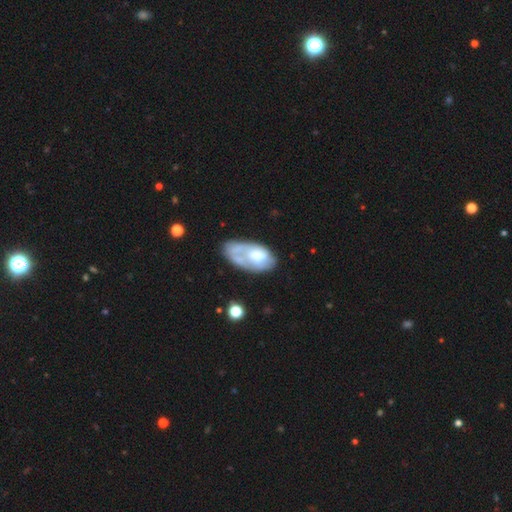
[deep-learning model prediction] A featured or disk galaxy (48%).

Vote fractions:
- Smooth or featured? featured or disk: 48% / smooth: 45% / star or artifact: 7%
- Merging? none: 39% / minor disturbance: 28% / major disturbance: 24% / merger: 9%